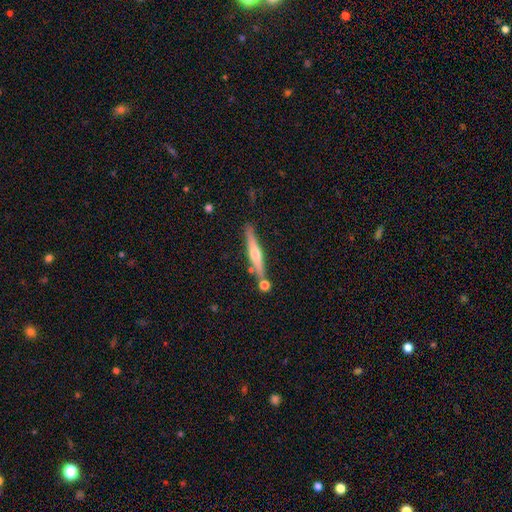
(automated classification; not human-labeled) smooth-or-featured: featured or disk: 59% | smooth: 35% | star or artifact: 6%
  disk-edge-on: yes: 96% | no: 4%
    edge-on-bulge: rounded: 85% | none: 10% | boxy: 6%
  merging: none: 77% | minor disturbance: 11% | merger: 10% | major disturbance: 2%